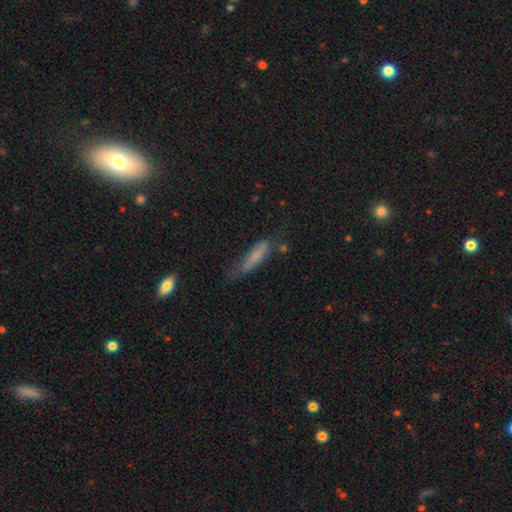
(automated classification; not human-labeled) smooth_or_featured: smooth (p=0.65) [alt: featured or disk p=0.25]
how_rounded: cigar-shaped (p=0.78) [alt: in between p=0.20]
merging: none (p=0.52) [alt: minor disturbance p=0.31]